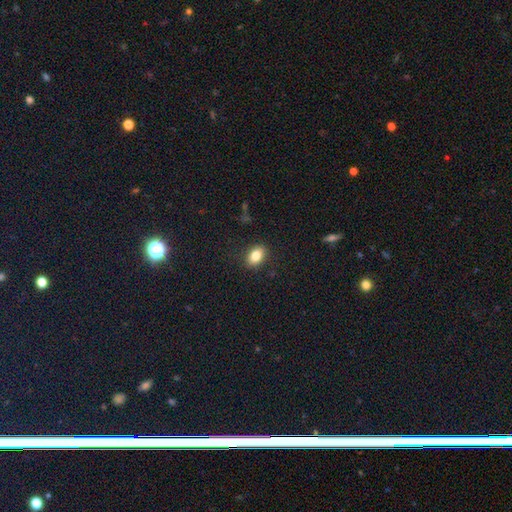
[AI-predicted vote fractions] smooth_or_featured: smooth (p=0.83) [alt: star or artifact p=0.09]
how_rounded: in between (p=0.81) [alt: round p=0.17]
merging: none (p=0.87) [alt: minor disturbance p=0.09]